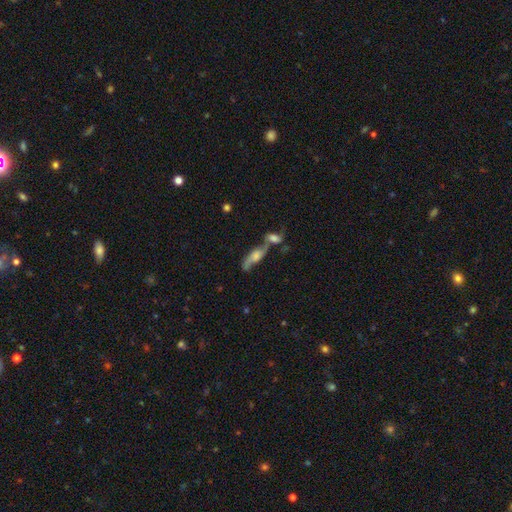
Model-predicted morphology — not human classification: Smooth or featured?
  - featured or disk: 63% *
  - smooth: 26%
  - star or artifact: 11%
Edge-on disk?
  - no: 62% *
  - yes: 38%
Merging?
  - merger: 45% *
  - none: 36%
  - minor disturbance: 12%
  - major disturbance: 8%